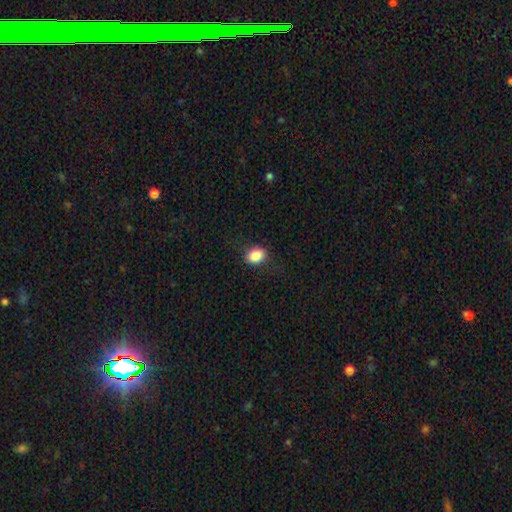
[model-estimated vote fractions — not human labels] Smooth or featured? Predicted: smooth (p=0.83). How rounded? Predicted: in between (p=0.60). Merging? Predicted: none (p=0.81).